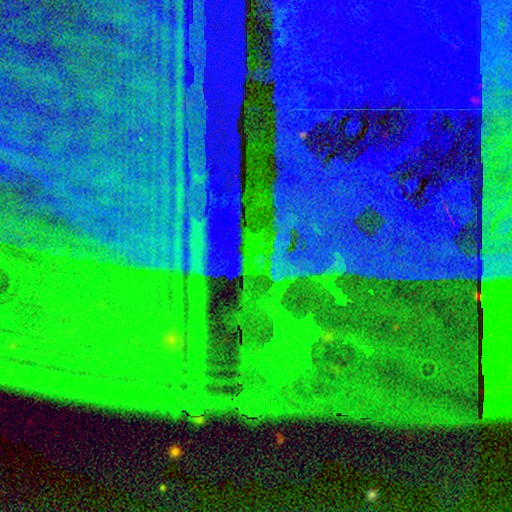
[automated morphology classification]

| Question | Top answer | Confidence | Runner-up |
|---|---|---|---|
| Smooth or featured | star or artifact | 87% | featured or disk (7%) |